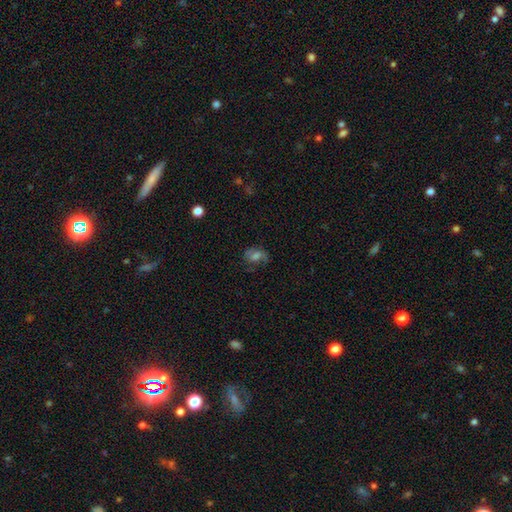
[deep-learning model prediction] This appears to be a smooth galaxy with no disk features (44%). Merging: none (61%).